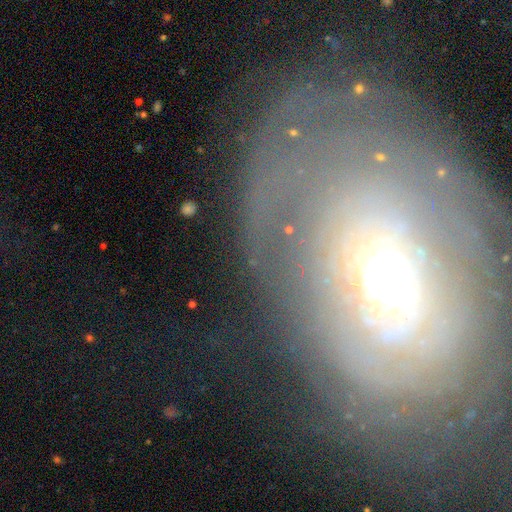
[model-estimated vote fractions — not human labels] The model was most divided on "spiral arms": yes: 56%, no: 44%. More confident: edge-on disk — no (93%); bar — no (72%); smooth or featured — featured or disk (67%); merging — none (61%); bulge size — moderate (61%).